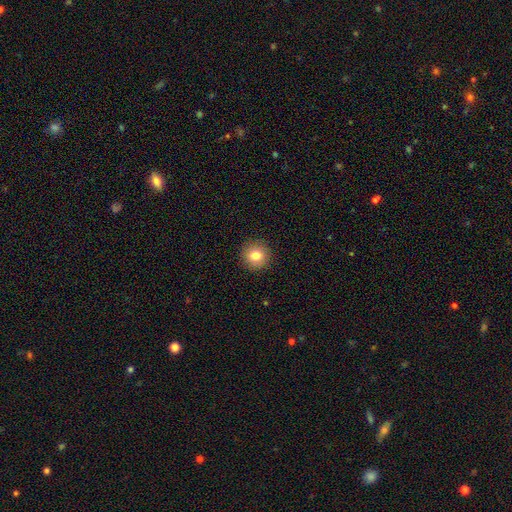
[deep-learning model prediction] Smooth or featured? smooth (82%)
How rounded? round (94%)
Merging? none (92%)